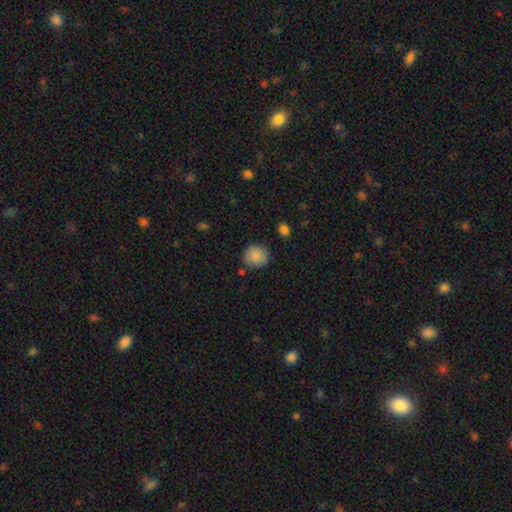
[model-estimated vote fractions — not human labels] smooth_or_featured: smooth (p=0.87) [alt: star or artifact p=0.08]
how_rounded: round (p=0.81) [alt: in between p=0.18]
merging: none (p=0.79) [alt: minor disturbance p=0.14]